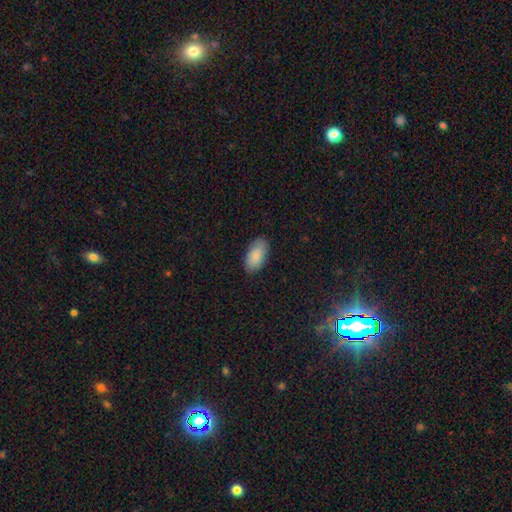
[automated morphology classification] smooth 88%, featured or disk 6%, star or artifact 6%. Down the decision tree: how rounded — in between (95%); merging — none (86%).